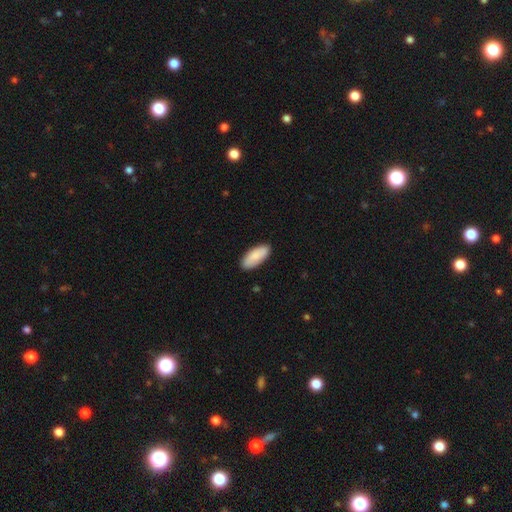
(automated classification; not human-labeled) Smooth or featured?
  - smooth: 85% *
  - featured or disk: 9%
  - star or artifact: 5%
How rounded?
  - in between: 85% *
  - cigar-shaped: 13%
  - round: 2%
Merging?
  - none: 87% *
  - minor disturbance: 10%
  - major disturbance: 2%
  - merger: 1%